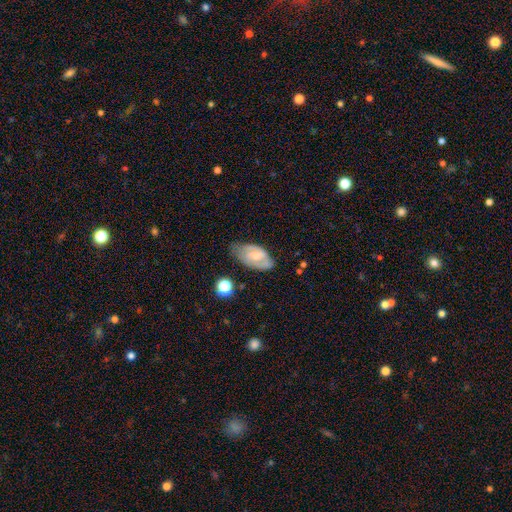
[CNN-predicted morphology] A featured or disk galaxy (63%) with a weak bar (47%), spiral arms (82%) and a small central bulge (44%, tied with moderate).

Vote fractions:
- Smooth or featured? featured or disk: 63% / smooth: 31% / star or artifact: 7%
- Edge-on disk? no: 94% / yes: 6%
- Bar? weak: 47% / no: 43% / strong: 10%
- Spiral arms? yes: 82% / no: 18%
- Bulge size? small: 44% (tied) / moderate: 44% (tied) / none: 7% / large: 4% / dominant: 1%
- Merging? none: 59% / minor disturbance: 30% / major disturbance: 8% / merger: 2%